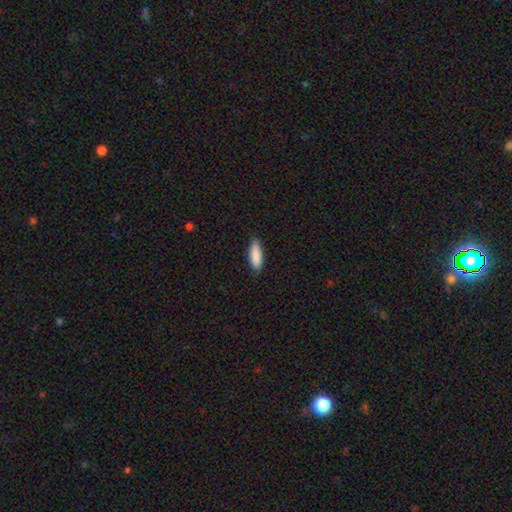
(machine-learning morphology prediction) type=smooth (89%); roundness=in between (54%); merging=none (87%).